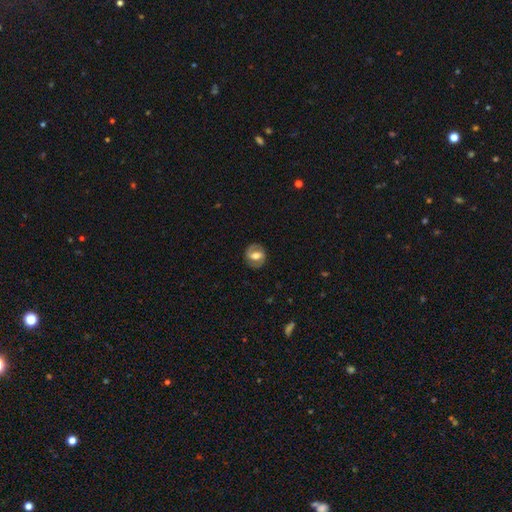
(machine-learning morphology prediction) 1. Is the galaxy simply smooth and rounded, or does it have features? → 63% featured or disk, 31% smooth, 7% star or artifact.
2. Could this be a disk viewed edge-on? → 96% no, 4% yes.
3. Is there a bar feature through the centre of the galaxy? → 42% weak, 37% strong, 21% no.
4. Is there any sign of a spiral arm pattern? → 76% yes, 24% no.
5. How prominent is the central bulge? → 58% moderate, 26% large, 12% small, 2% none, 2% dominant.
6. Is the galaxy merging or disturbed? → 83% none, 11% minor disturbance, 4% major disturbance, 1% merger.